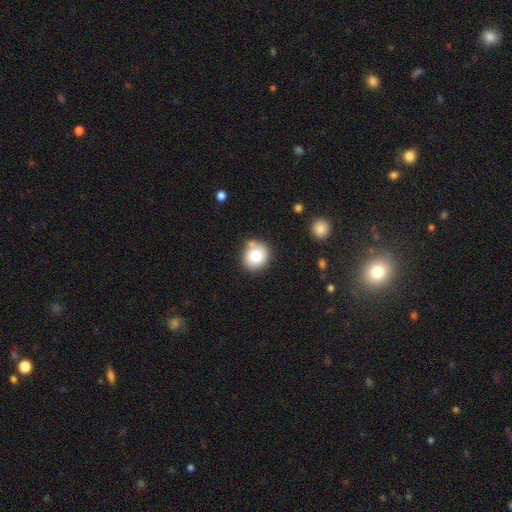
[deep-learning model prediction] smooth_or_featured: smooth (p=0.77) [alt: featured or disk p=0.14]
how_rounded: round (p=0.85) [alt: in between p=0.14]
merging: none (p=0.75) [alt: minor disturbance p=0.13]